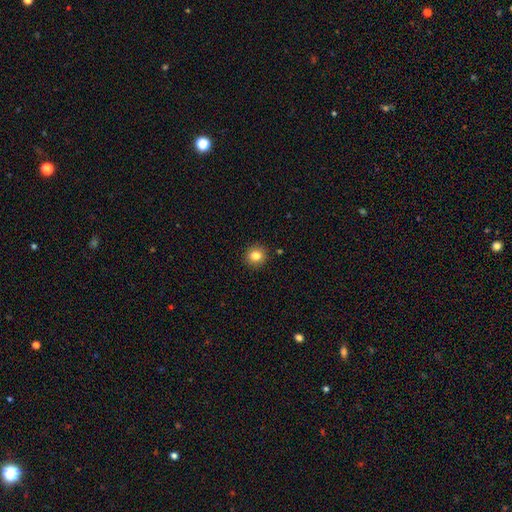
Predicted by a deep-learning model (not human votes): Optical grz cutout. It shows a smooth galaxy with no disk features (82%) that is round (88%). Merging: none (91%).